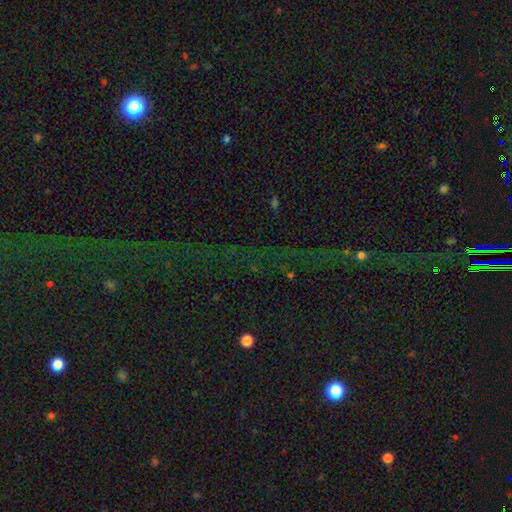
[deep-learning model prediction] Smooth or featured? Predicted: star or artifact (p=0.76).